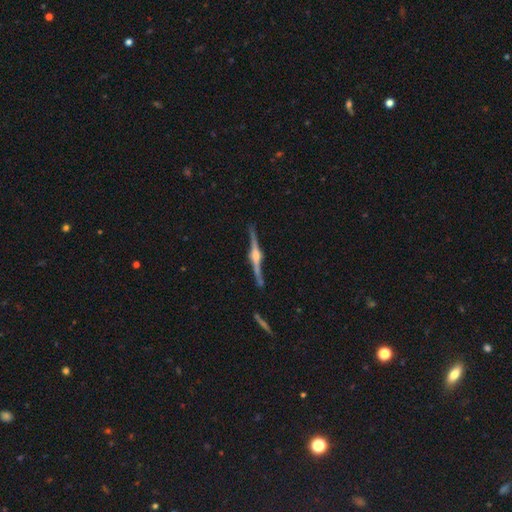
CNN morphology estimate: Overall: featured or disk (89%). Edge-on disk: yes (98%). Edge-on bulge: rounded (91%). Merging: none (88%).